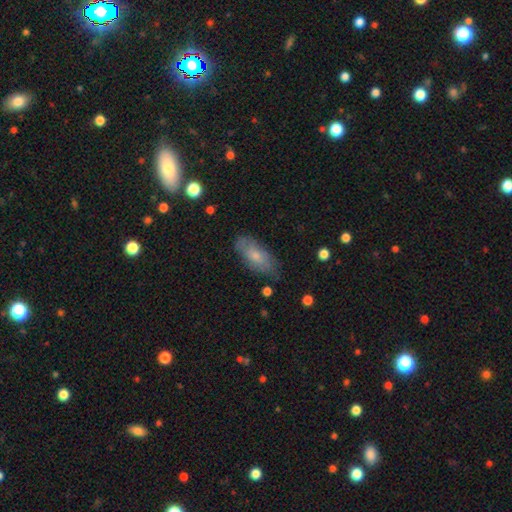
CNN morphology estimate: Smooth or featured? smooth (64%)
How rounded? in between (82%)
Merging? none (73%)